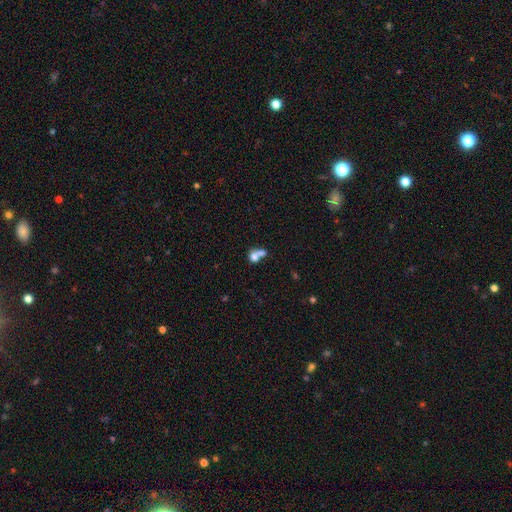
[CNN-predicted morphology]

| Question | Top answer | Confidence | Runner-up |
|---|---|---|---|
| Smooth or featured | smooth | 71% | featured or disk (18%) |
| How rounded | round | 53% | in between (45%) |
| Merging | merger | 67% | none (20%) |